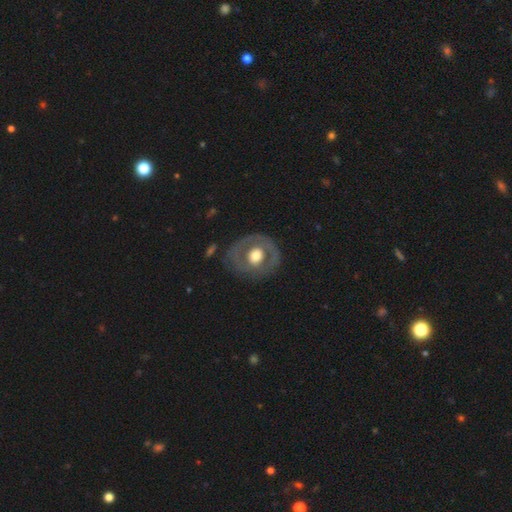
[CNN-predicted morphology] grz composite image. It shows a featured or disk galaxy (57%) with no bar (81%), no spiral arms (80%) and a moderate central bulge (51%). Merging: none (73%).